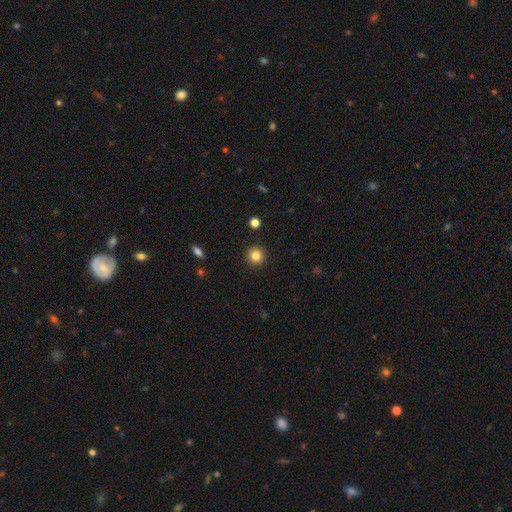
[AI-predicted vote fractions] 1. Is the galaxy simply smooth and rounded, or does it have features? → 83% smooth, 12% star or artifact, 5% featured or disk.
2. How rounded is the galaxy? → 95% round, 4% in between, 1% cigar-shaped.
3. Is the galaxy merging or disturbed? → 92% none, 5% minor disturbance, 2% major disturbance, 1% merger.